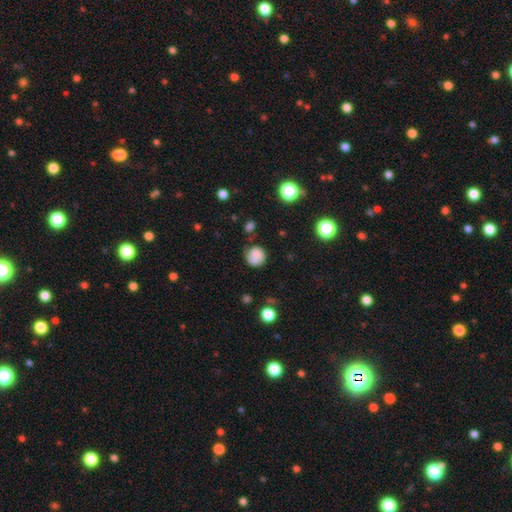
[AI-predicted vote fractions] The model was most divided on "merging": none: 64%, minor disturbance: 22%, major disturbance: 8%, merger: 5%. More confident: how rounded — round (87%); smooth or featured — smooth (78%).